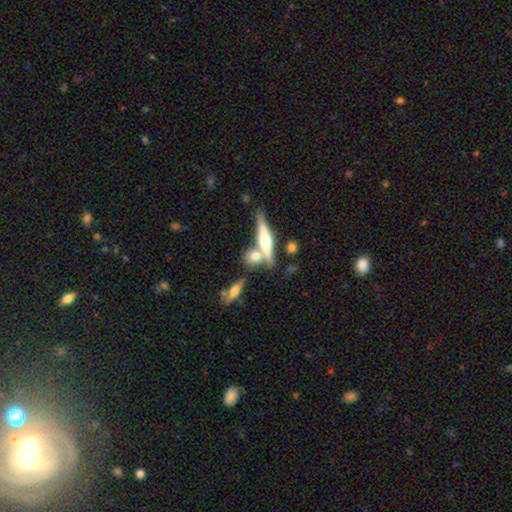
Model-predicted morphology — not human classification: A featured or disk galaxy (55%) viewed edge-on (90%).

Vote fractions:
- Smooth or featured? featured or disk: 55% / smooth: 38% / star or artifact: 7%
- Edge-on disk? yes: 90% / no: 10%
- Merging? none: 55% / merger: 31% / minor disturbance: 10% / major disturbance: 4%